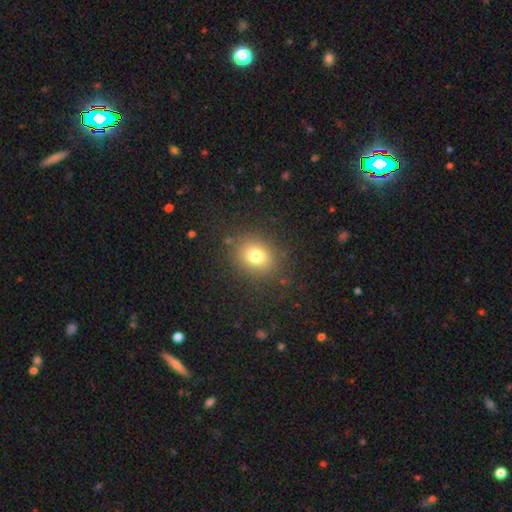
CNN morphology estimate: Smooth or featured? smooth (76%)
How rounded? round (66%)
Merging? none (84%)